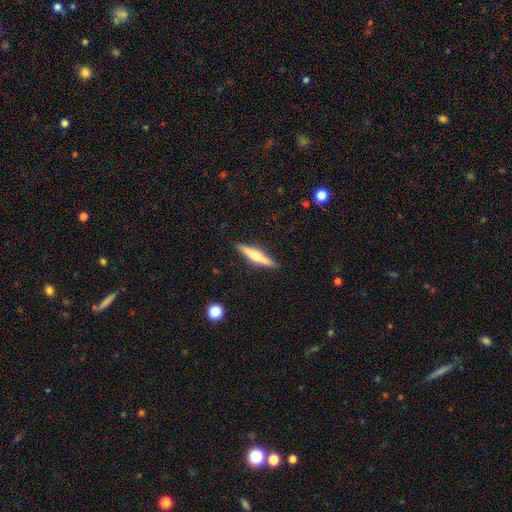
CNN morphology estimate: Smooth or featured?
  - featured or disk: 55% *
  - smooth: 39%
  - star or artifact: 6%
Edge-on disk?
  - yes: 96% *
  - no: 4%
Edge-on bulge?
  - rounded: 85% *
  - none: 10%
  - boxy: 6%
Merging?
  - none: 90% *
  - minor disturbance: 7%
  - major disturbance: 2%
  - merger: 1%